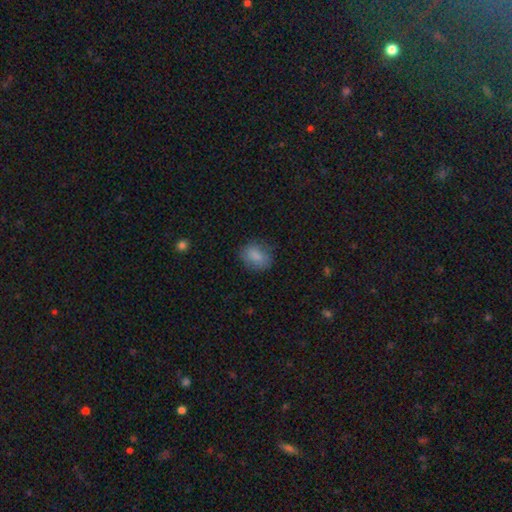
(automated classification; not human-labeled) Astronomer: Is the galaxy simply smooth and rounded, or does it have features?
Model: smooth — 84%.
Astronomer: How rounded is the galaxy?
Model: in between — 62% (runner-up: round, 37%).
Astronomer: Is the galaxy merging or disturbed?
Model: none — 76%.